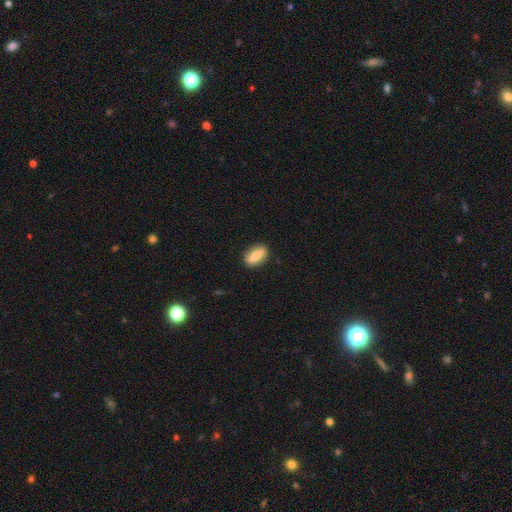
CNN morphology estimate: smooth 75%, featured or disk 18%, star or artifact 7%. Down the decision tree: how rounded — in between (73%); merging — none (86%).